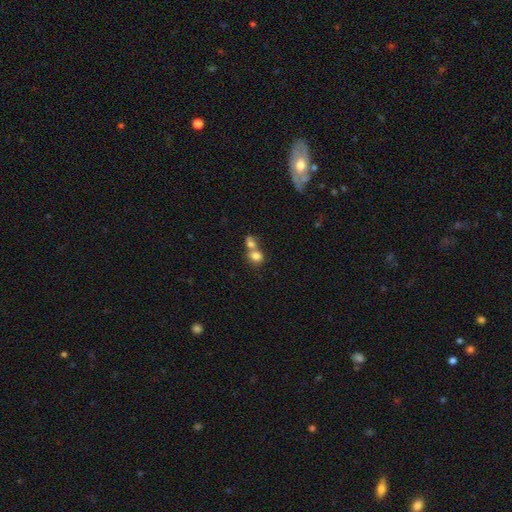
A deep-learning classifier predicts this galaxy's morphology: Smooth or featured? Predicted: smooth (p=0.78). How rounded? Predicted: round (p=0.64). Merging? Predicted: merger (p=0.65).